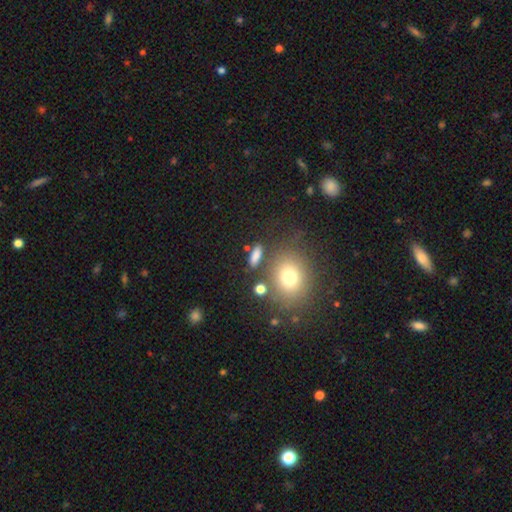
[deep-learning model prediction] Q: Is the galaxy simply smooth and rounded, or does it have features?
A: smooth — 77%.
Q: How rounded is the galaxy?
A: in between — 51%.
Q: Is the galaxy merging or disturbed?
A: none — 76%.